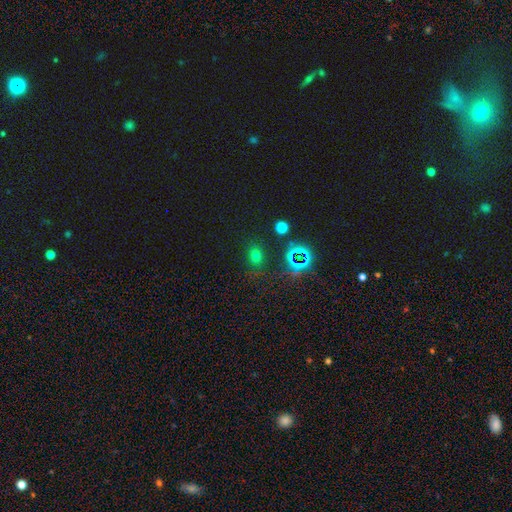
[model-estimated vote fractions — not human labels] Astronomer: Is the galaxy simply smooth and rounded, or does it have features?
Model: smooth — 62%.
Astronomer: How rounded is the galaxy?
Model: round — 53% (runner-up: in between, 46%).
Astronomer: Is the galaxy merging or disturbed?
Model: none — 80%.